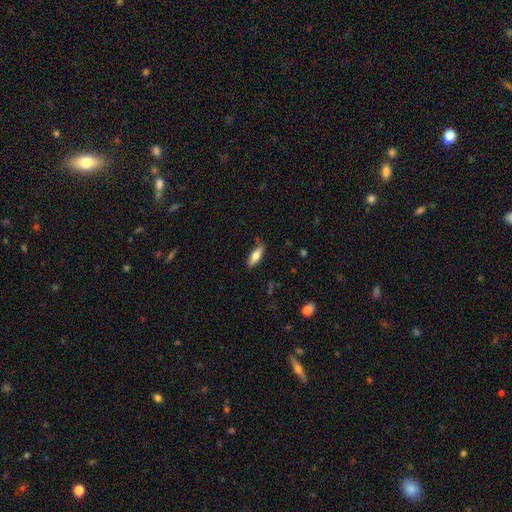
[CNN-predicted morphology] Smooth or featured?
  - smooth: 75% *
  - featured or disk: 19%
  - star or artifact: 6%
How rounded?
  - in between: 64% *
  - cigar-shaped: 34%
  - round: 2%
Merging?
  - none: 79% *
  - minor disturbance: 16%
  - major disturbance: 3%
  - merger: 2%